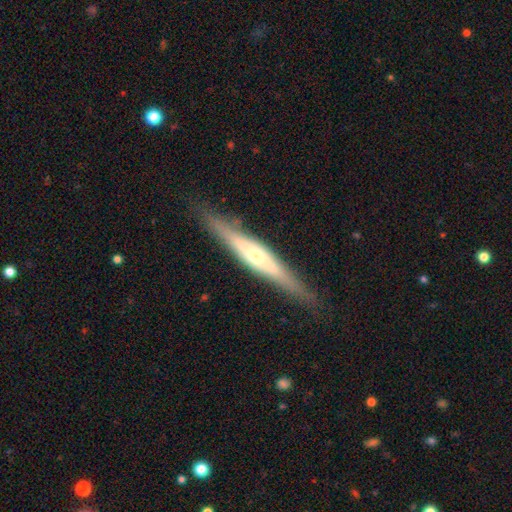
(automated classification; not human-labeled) Smooth or featured?
  - featured or disk: 70% *
  - smooth: 25%
  - star or artifact: 6%
Edge-on disk?
  - yes: 94% *
  - no: 6%
Edge-on bulge?
  - rounded: 76% *
  - boxy: 12%
  - none: 12%
Merging?
  - none: 86% *
  - minor disturbance: 10%
  - major disturbance: 2%
  - merger: 1%